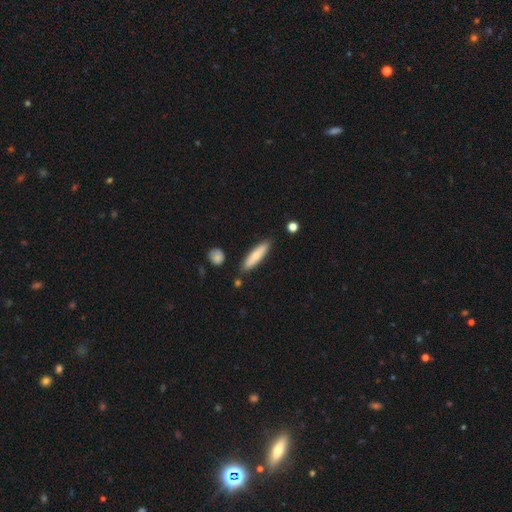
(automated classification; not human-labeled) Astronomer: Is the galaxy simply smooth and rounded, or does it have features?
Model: smooth — 77%.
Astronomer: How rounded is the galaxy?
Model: cigar-shaped — 79%.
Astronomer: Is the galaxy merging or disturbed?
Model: none — 85%.